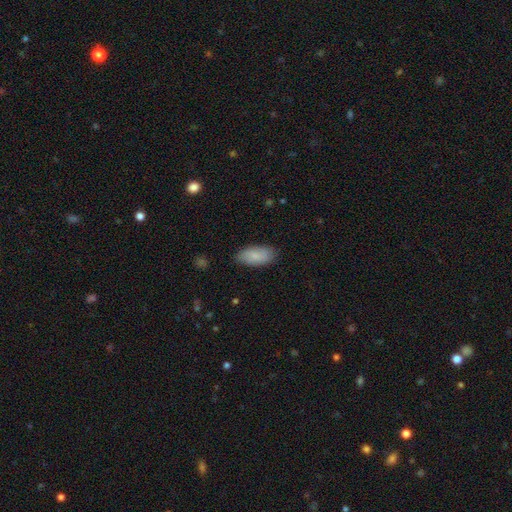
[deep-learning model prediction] smooth 85%, featured or disk 9%, star or artifact 6%. Down the decision tree: how rounded — in between (90%); merging — none (83%).